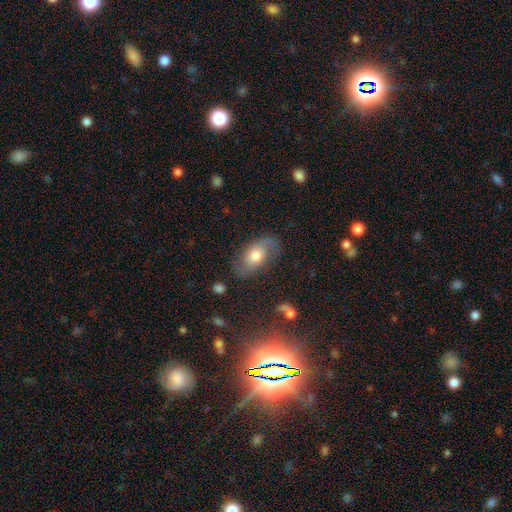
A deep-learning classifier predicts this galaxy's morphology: This is possibly a featured or disk galaxy (47%). Merging: likely none (71%).